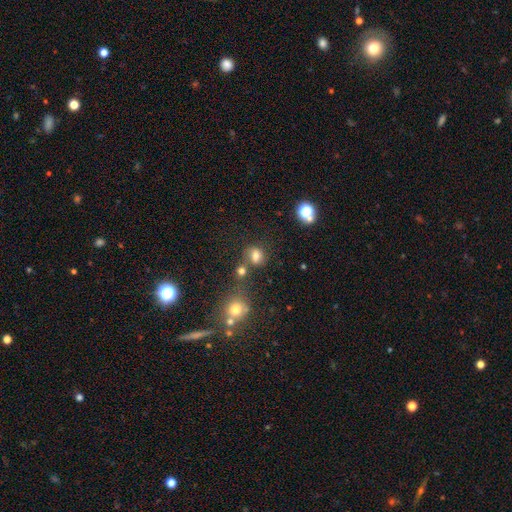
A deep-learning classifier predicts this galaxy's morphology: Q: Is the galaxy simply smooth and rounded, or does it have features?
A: smooth — 71%.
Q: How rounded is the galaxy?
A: round — 60%.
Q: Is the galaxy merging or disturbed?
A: none — 62%.